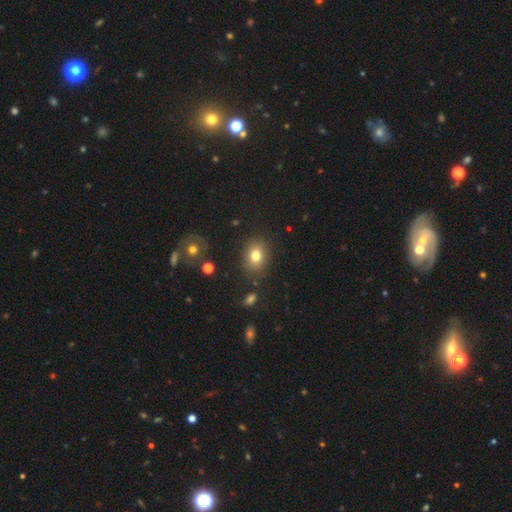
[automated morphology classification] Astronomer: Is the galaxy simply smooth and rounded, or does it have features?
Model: smooth — 79%.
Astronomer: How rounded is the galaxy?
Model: in between — 52% (runner-up: round, 47%).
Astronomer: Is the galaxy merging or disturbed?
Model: none — 83%.